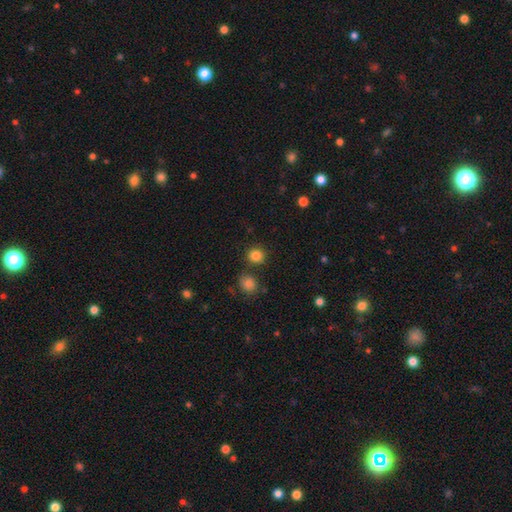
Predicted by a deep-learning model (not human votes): A smooth galaxy with no disk features (84%) that is round (88%).

Vote fractions:
- Smooth or featured? smooth: 84% / star or artifact: 12% / featured or disk: 4%
- How rounded? round: 88% / in between: 11% / cigar-shaped: 1%
- Merging? none: 81% / merger: 9% / minor disturbance: 8% / major disturbance: 3%